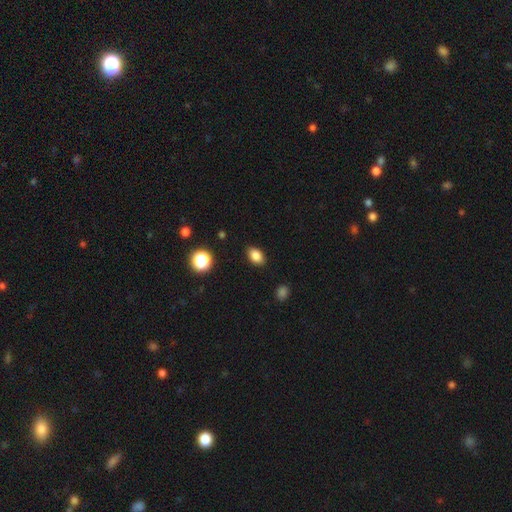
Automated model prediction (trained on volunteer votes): This appears to be a smooth galaxy with no disk features (84%) that is in between round and cigar-shaped (83%). Merging: none (86%).